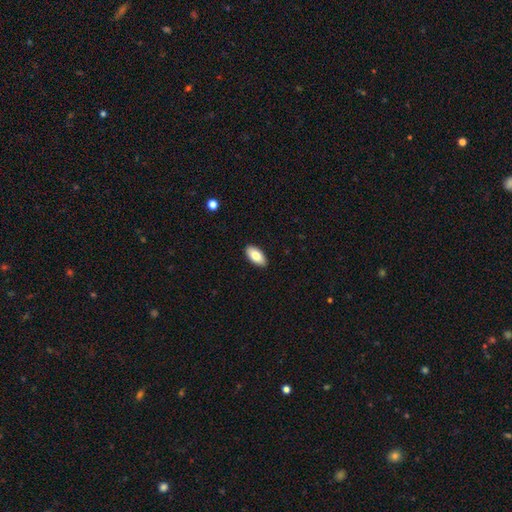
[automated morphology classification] smooth_or_featured: smooth (p=0.81) [alt: featured or disk p=0.12]
how_rounded: in between (p=0.93) [alt: cigar-shaped p=0.04]
merging: none (p=0.89) [alt: minor disturbance p=0.08]